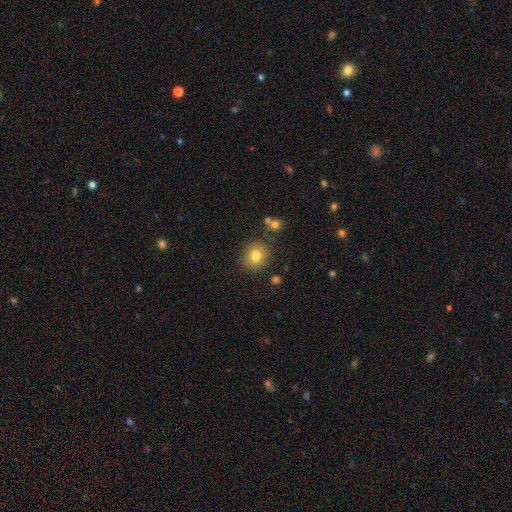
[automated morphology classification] This appears to be a smooth galaxy with no disk features (80%) that is round (76%). Merging: none (83%).